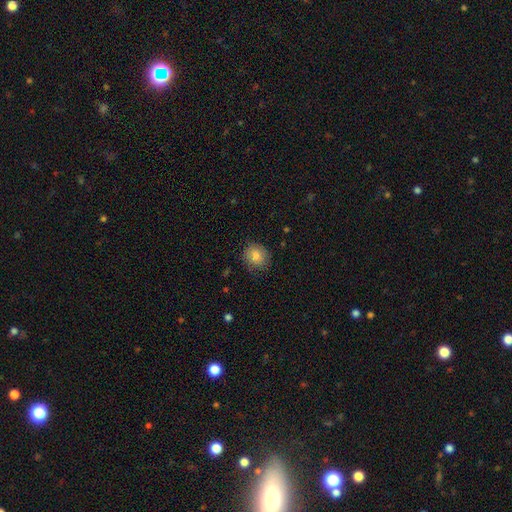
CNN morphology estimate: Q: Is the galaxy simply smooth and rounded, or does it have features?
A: smooth — 82%.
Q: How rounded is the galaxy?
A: round — 76%.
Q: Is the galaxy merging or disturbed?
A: none — 79%.